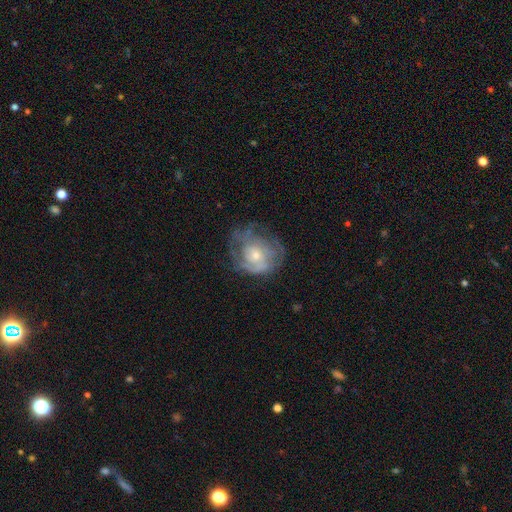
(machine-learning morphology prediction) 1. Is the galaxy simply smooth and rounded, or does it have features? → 66% featured or disk, 26% smooth, 8% star or artifact.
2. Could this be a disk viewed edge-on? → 97% no, 3% yes.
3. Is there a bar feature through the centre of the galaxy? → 78% no, 19% weak, 3% strong.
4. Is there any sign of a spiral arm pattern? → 67% yes, 33% no.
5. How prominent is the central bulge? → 56% small, 38% moderate, 3% large, 2% none, 1% dominant.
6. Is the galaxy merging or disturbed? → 51% none, 24% minor disturbance, 23% major disturbance, 2% merger.